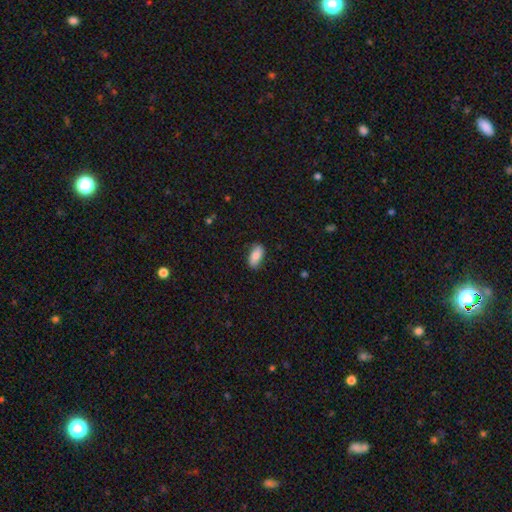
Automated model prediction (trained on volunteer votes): Q: Smooth or featured?
A: smooth (79%); runner-up: featured or disk (14%)
Q: How rounded?
A: in between (89%); runner-up: cigar-shaped (8%)
Q: Merging?
A: none (80%); runner-up: minor disturbance (16%)